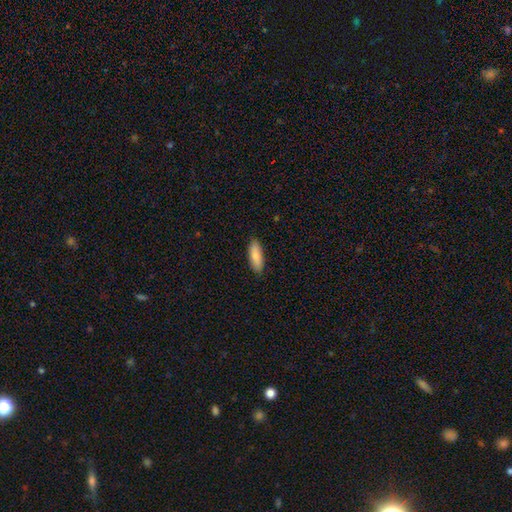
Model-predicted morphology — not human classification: A smooth galaxy with no disk features (81%) that is in between round and cigar-shaped (67%). Merging: none (88%).